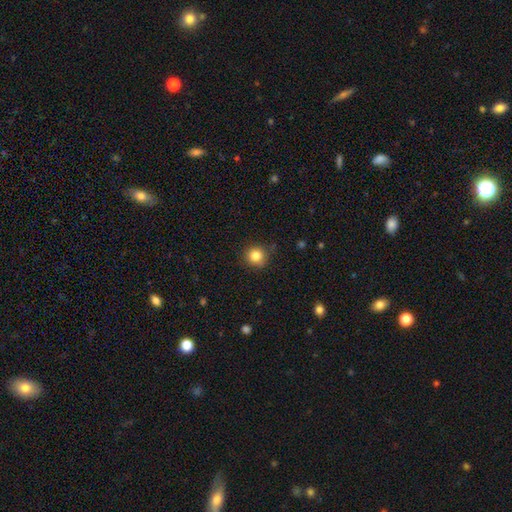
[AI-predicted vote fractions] Smooth or featured?
  - smooth: 83% *
  - star or artifact: 11%
  - featured or disk: 6%
How rounded?
  - round: 92% *
  - in between: 7%
  - cigar-shaped: 1%
Merging?
  - none: 84% *
  - minor disturbance: 12%
  - major disturbance: 3%
  - merger: 1%